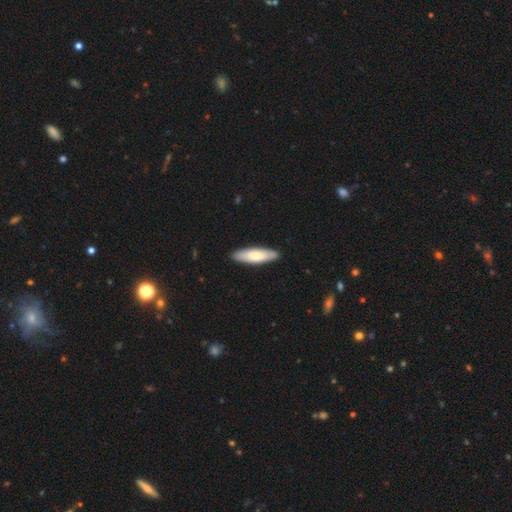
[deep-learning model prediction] Smooth or featured: smooth — 70% (featured or disk — 25%)
How rounded: cigar-shaped — 61% (in between — 37%)
Merging: none — 90% (minor disturbance — 7%)